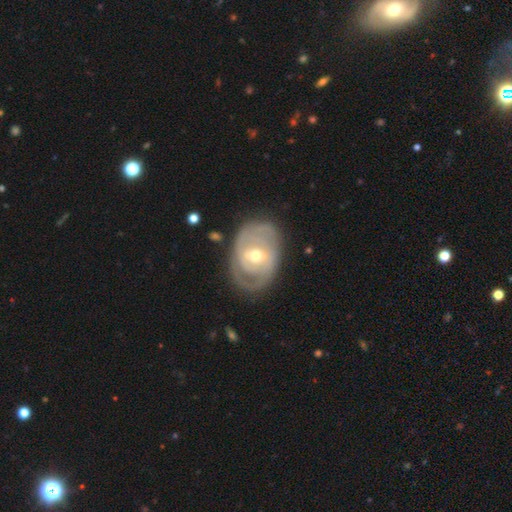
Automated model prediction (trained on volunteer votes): Smooth or featured?
  - featured or disk: 78% *
  - smooth: 17%
  - star or artifact: 5%
Edge-on disk?
  - no: 95% *
  - yes: 5%
Bar?
  - weak: 46% *
  - no: 36%
  - strong: 18%
Spiral arms?
  - yes: 75% *
  - no: 25%
Spiral winding?
  - tight: 65% *
  - medium: 26%
  - loose: 9%
Spiral arm count?
  - 2: 42% *
  - can't tell: 37%
  - 3: 9%
  - 1: 8%
  - 4: 3%
  - more than 4: 2%
Bulge size?
  - moderate: 58% *
  - small: 38%
  - large: 3%
  - none: 1%
  - dominant: 1%
Merging?
  - none: 70% *
  - minor disturbance: 19%
  - major disturbance: 9%
  - merger: 2%